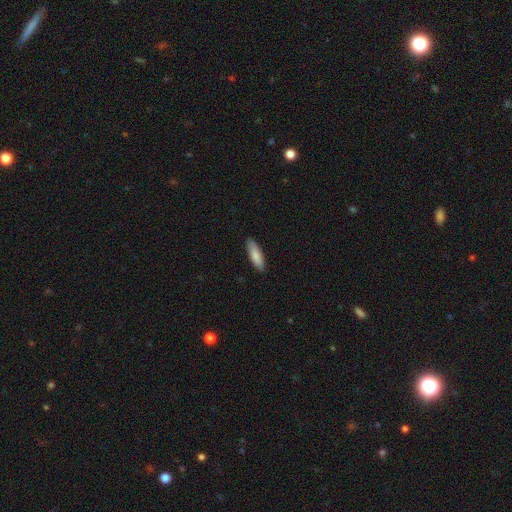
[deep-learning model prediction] The model was most divided on "how rounded": cigar-shaped: 51%, in between: 47%, round: 1%. More confident: merging — none (88%); smooth or featured — smooth (85%).